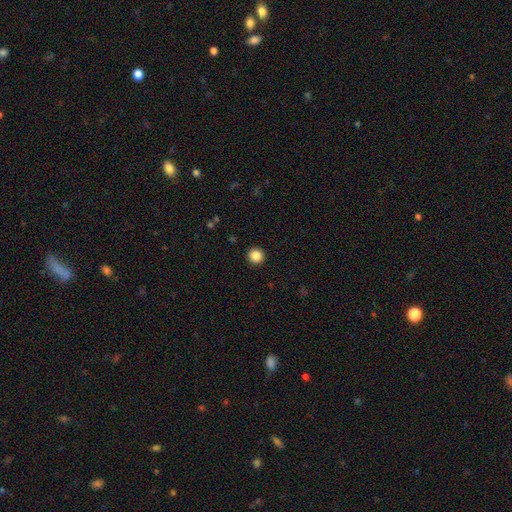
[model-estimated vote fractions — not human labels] A smooth galaxy with no disk features (86%) that is round (94%).

Vote fractions:
- Smooth or featured? smooth: 86% / star or artifact: 10% / featured or disk: 4%
- How rounded? round: 94% / in between: 5% / cigar-shaped: 1%
- Merging? none: 93% / minor disturbance: 4% / major disturbance: 2% / merger: 1%